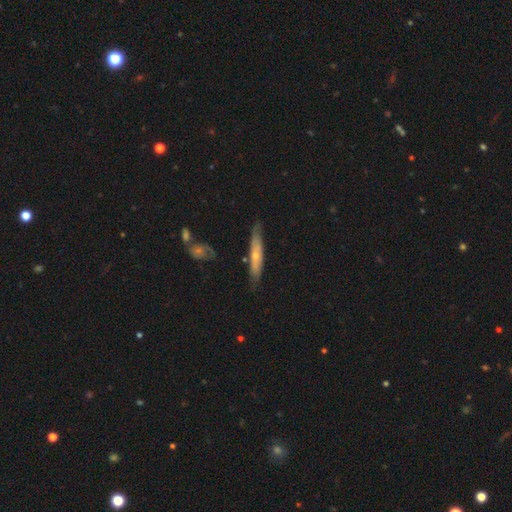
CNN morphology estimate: A smooth galaxy with no disk features (48%). Merging: none (77%).